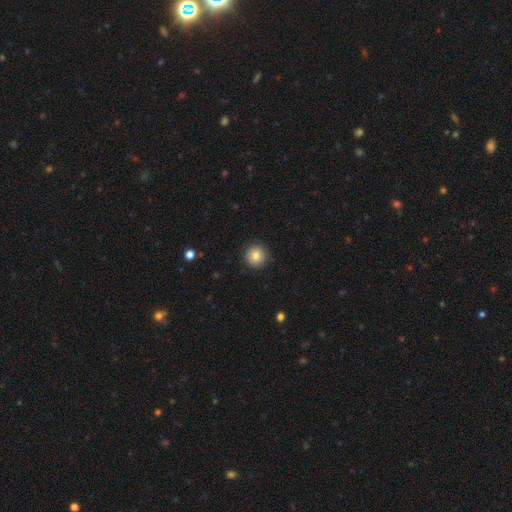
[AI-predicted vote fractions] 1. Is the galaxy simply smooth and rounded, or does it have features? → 78% smooth, 13% featured or disk, 10% star or artifact.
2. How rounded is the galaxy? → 95% round, 4% in between, 1% cigar-shaped.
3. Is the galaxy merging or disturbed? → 89% none, 8% minor disturbance, 2% major disturbance, 1% merger.